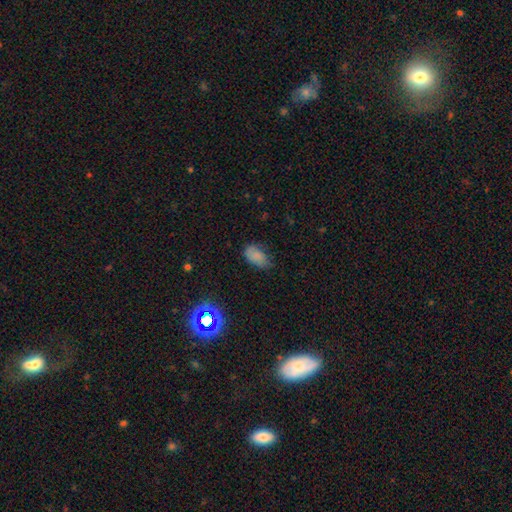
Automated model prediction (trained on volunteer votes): Smooth or featured?
  - smooth: 76% *
  - star or artifact: 13%
  - featured or disk: 11%
How rounded?
  - in between: 89% *
  - round: 9%
  - cigar-shaped: 2%
Merging?
  - none: 55% *
  - minor disturbance: 33%
  - major disturbance: 10%
  - merger: 2%